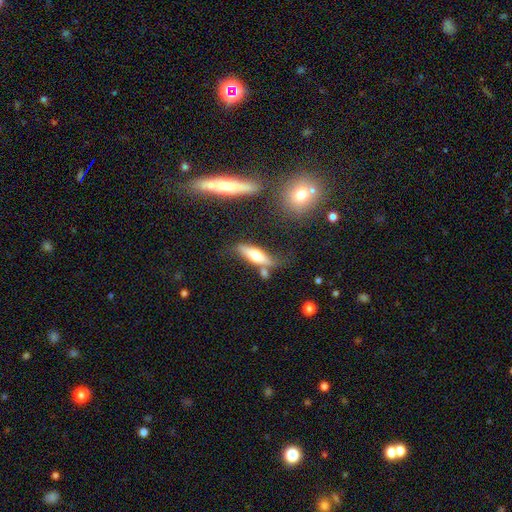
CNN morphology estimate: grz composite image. It shows a smooth galaxy with no disk features (54%) that is cigar-shaped (52%). Merging: none (61%).